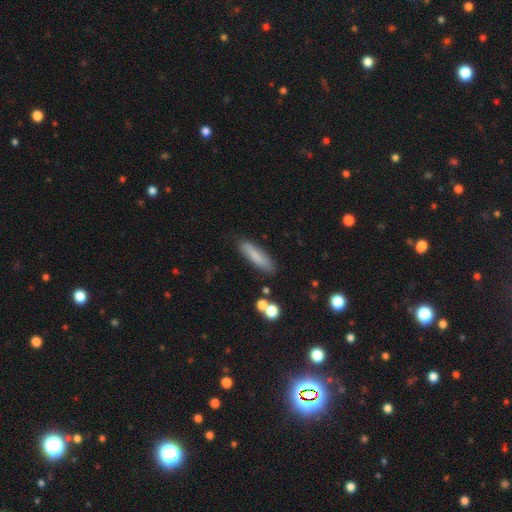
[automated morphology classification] smooth_or_featured: smooth (p=0.78) [alt: featured or disk p=0.14]
how_rounded: cigar-shaped (p=0.75) [alt: in between p=0.23]
merging: none (p=0.83) [alt: minor disturbance p=0.12]